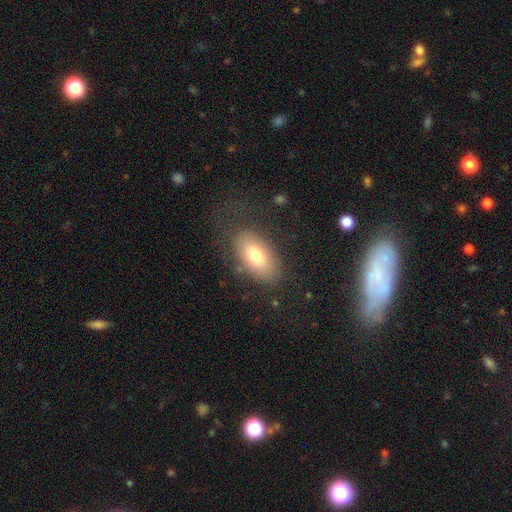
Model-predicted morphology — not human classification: A smooth galaxy with no disk features (73%) that is in between round and cigar-shaped (92%).

Vote fractions:
- Smooth or featured? smooth: 73% / featured or disk: 19% / star or artifact: 8%
- How rounded? in between: 92% / round: 5% / cigar-shaped: 3%
- Merging? none: 70% / minor disturbance: 17% / major disturbance: 11% / merger: 2%